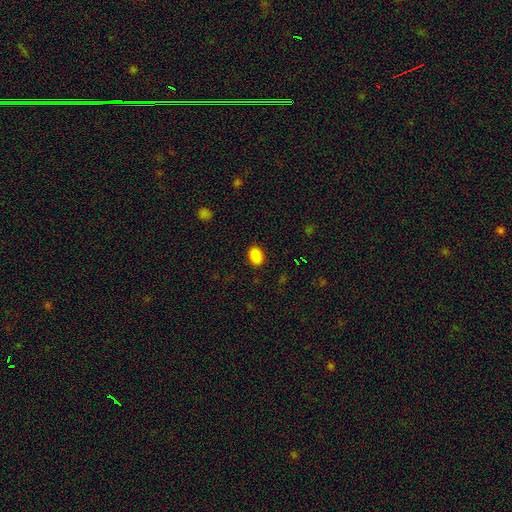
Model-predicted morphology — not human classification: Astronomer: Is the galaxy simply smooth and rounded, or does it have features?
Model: smooth — 88%.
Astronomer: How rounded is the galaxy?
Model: in between — 79%.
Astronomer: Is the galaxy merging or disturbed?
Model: none — 87%.